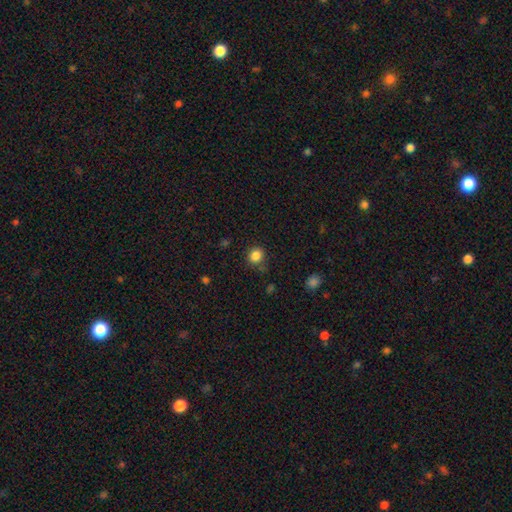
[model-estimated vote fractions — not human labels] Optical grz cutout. It shows a smooth galaxy with no disk features (85%) that is round (80%). Merging: none (81%).